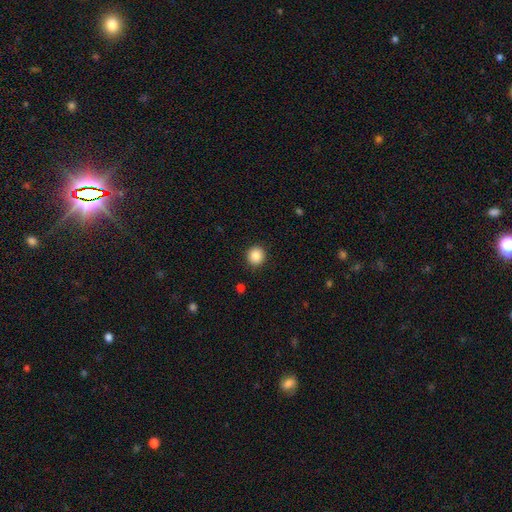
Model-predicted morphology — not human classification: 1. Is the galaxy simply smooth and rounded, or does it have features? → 86% smooth, 9% star or artifact, 5% featured or disk.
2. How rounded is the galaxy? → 93% round, 6% in between, 1% cigar-shaped.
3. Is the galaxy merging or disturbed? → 92% none, 5% minor disturbance, 2% major disturbance, 1% merger.